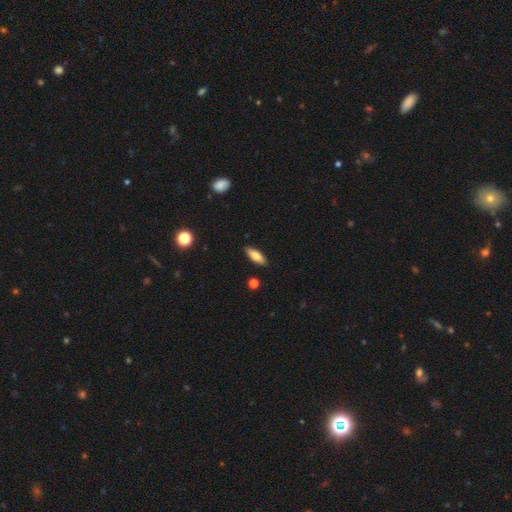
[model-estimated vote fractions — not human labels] Smooth or featured?
  - smooth: 74% *
  - featured or disk: 19%
  - star or artifact: 7%
How rounded?
  - in between: 65% *
  - cigar-shaped: 32%
  - round: 2%
Merging?
  - none: 88% *
  - minor disturbance: 9%
  - major disturbance: 2%
  - merger: 2%